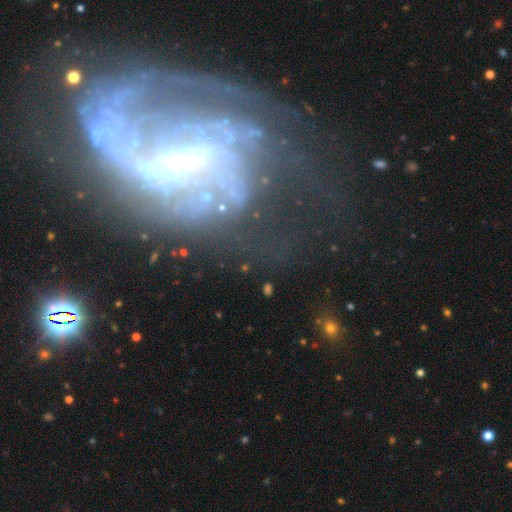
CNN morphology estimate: Smooth or featured?
  - featured or disk: 81% *
  - star or artifact: 11%
  - smooth: 8%
Edge-on disk?
  - no: 96% *
  - yes: 4%
Bar?
  - strong: 46% *
  - weak: 37%
  - no: 17%
Spiral arms?
  - yes: 79% *
  - no: 21%
Spiral winding?
  - medium: 37% *
  - loose: 35%
  - tight: 27%
Spiral arm count?
  - can't tell: 35% *
  - 2: 33%
  - 1: 11%
  - 3: 10%
  - 4: 6%
  - more than 4: 5%
Bulge size?
  - small: 39% *
  - moderate: 30%
  - none: 24%
  - large: 6%
  - dominant: 2%
Merging?
  - major disturbance: 40% *
  - none: 36%
  - minor disturbance: 18%
  - merger: 6%